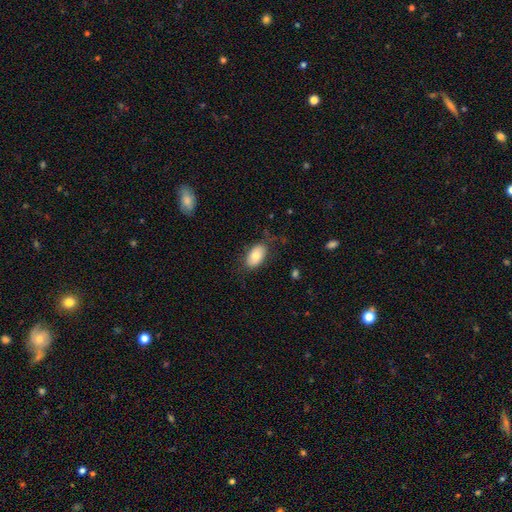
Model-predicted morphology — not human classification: smooth 77%, featured or disk 16%, star or artifact 7%. Down the decision tree: how rounded — in between (93%); merging — none (75%).